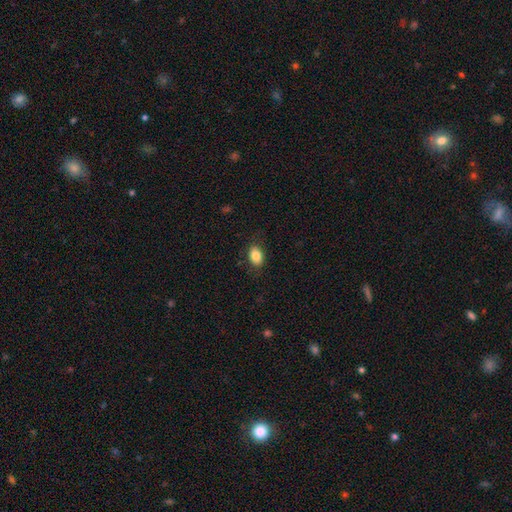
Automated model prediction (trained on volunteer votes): Smooth or featured: smooth — 85% (star or artifact — 8%)
How rounded: in between — 84% (round — 15%)
Merging: none — 85% (minor disturbance — 11%)